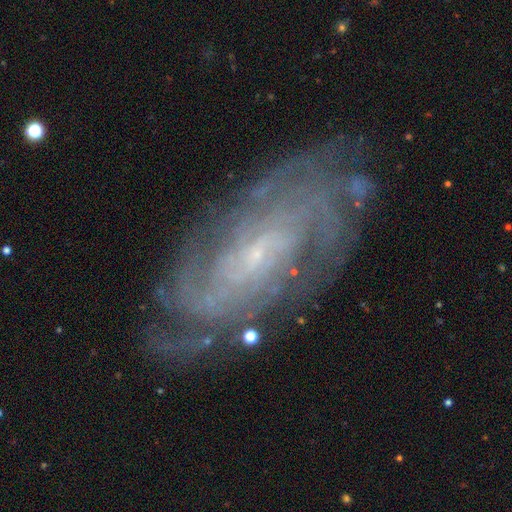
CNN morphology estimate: This appears to be a featured or disk galaxy (88%) with no bar (56%), tight (74%) spiral arms (97%) and a small central bulge (84%). Merging: none (80%).